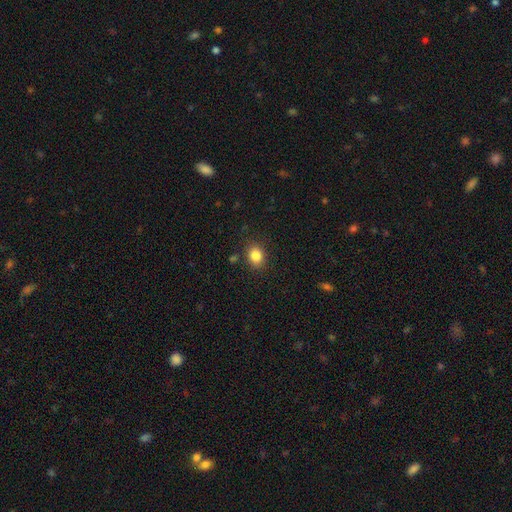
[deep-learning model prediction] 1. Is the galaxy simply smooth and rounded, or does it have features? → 84% smooth, 10% star or artifact, 6% featured or disk.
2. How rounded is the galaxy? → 51% round, 48% in between, 1% cigar-shaped.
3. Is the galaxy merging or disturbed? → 85% none, 10% minor disturbance, 3% major disturbance, 2% merger.